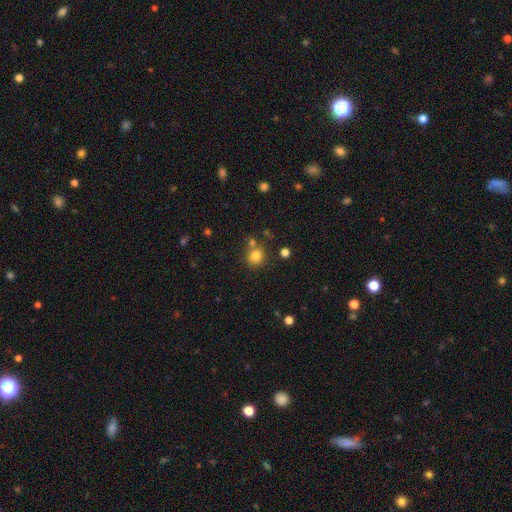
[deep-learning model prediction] The model was most divided on "merging": none: 66%, merger: 19%, minor disturbance: 11%, major disturbance: 4%. More confident: how rounded — round (82%); smooth or featured — smooth (80%).